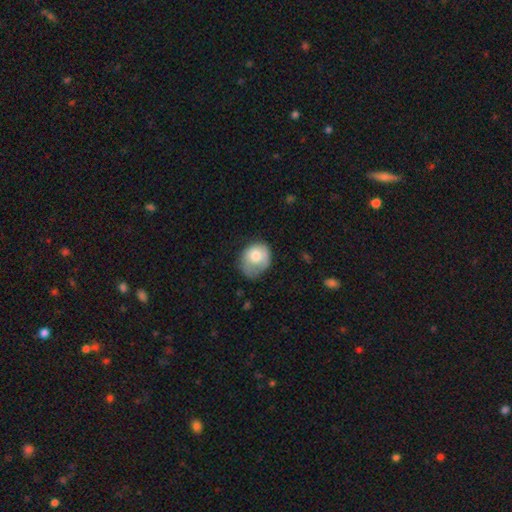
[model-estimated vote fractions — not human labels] smooth-or-featured: smooth: 73% | featured or disk: 20% | star or artifact: 7%
  how-rounded: round: 54% | in between: 46% | cigar-shaped: 1%
  merging: minor disturbance: 39% | none: 38% | major disturbance: 21% | merger: 2%